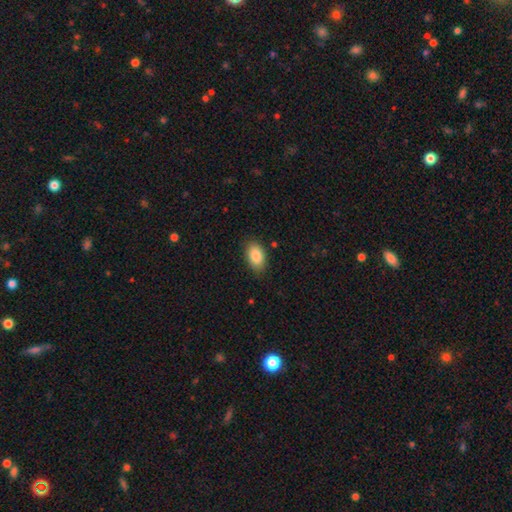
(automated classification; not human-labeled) smooth_or_featured: smooth (p=0.87) [alt: star or artifact p=0.07]
how_rounded: in between (p=0.92) [alt: round p=0.06]
merging: none (p=0.85) [alt: minor disturbance p=0.11]